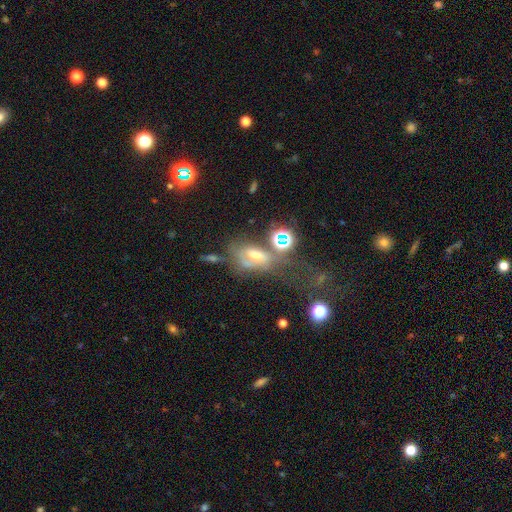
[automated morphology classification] The model was most divided on "merging": none: 33%, major disturbance: 28%, minor disturbance: 20%, merger: 19%. Remaining: smooth or featured — featured or disk (40%).